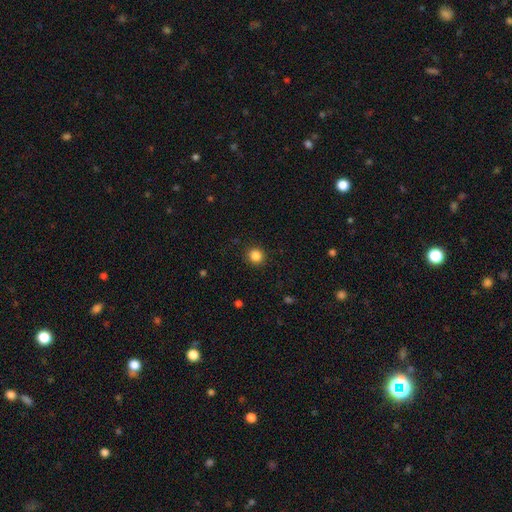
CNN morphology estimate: A smooth galaxy with no disk features (86%) that is round (91%). Merging: none (91%).